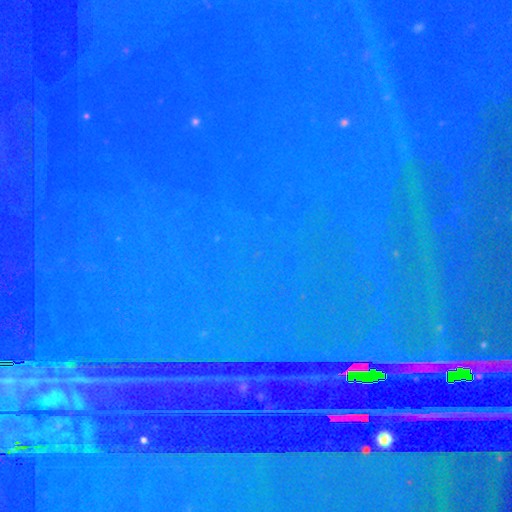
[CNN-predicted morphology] This appears to be a star or artifact, not a galaxy (86%).